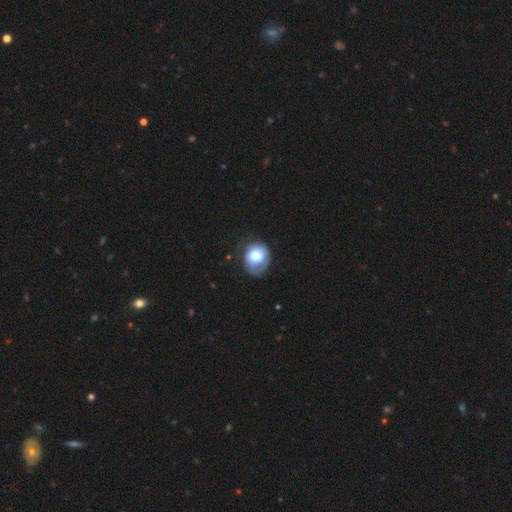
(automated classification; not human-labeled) This appears to be a smooth galaxy with no disk features (62%) that is round (68%). Merging: none (51%).